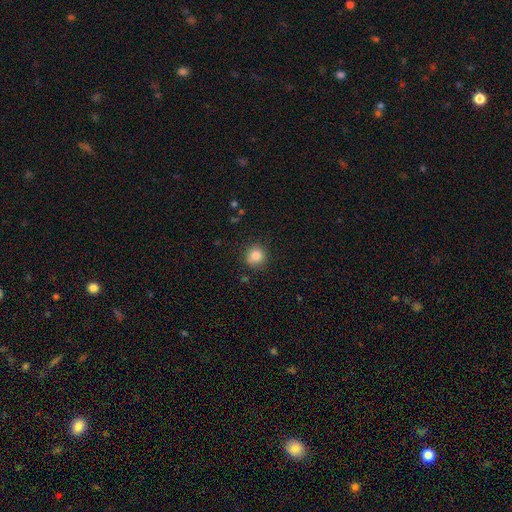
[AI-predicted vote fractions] The model was most divided on "smooth or featured": smooth: 84%, star or artifact: 11%, featured or disk: 6%. More confident: how rounded — round (92%); merging — none (87%).